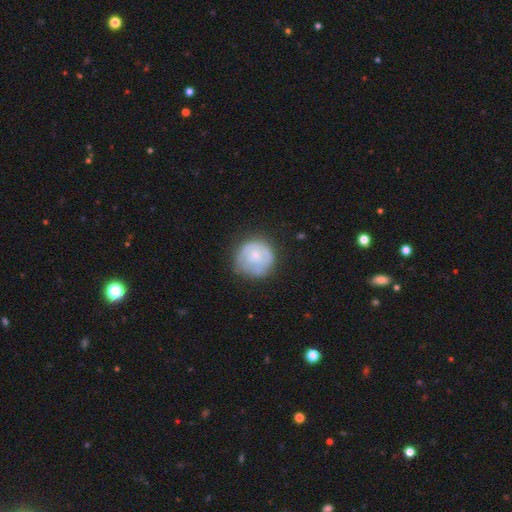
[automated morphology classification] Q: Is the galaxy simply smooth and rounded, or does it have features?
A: featured or disk — 47%, tied with smooth.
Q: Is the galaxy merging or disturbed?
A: none — 66%.